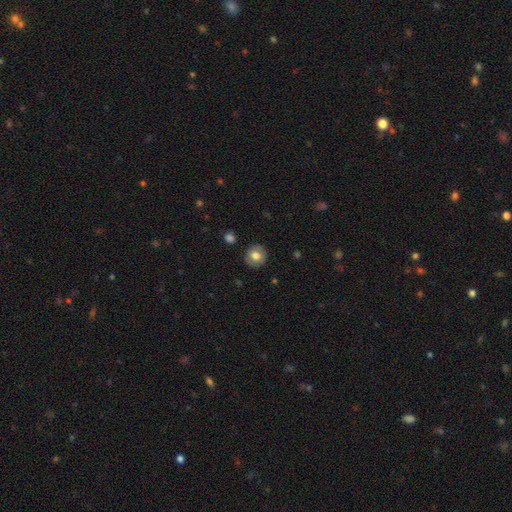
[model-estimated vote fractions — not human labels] Q: Smooth or featured?
A: smooth (75%); runner-up: featured or disk (17%)
Q: How rounded?
A: round (90%); runner-up: in between (9%)
Q: Merging?
A: none (89%); runner-up: minor disturbance (8%)